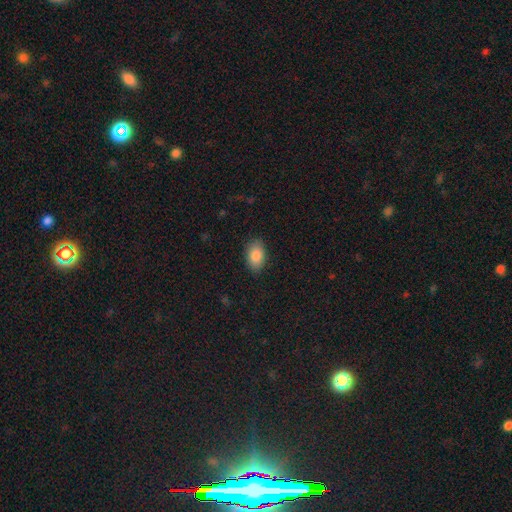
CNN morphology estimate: Smooth or featured? Predicted: smooth (p=0.86). How rounded? Predicted: in between (p=0.90). Merging? Predicted: none (p=0.86).